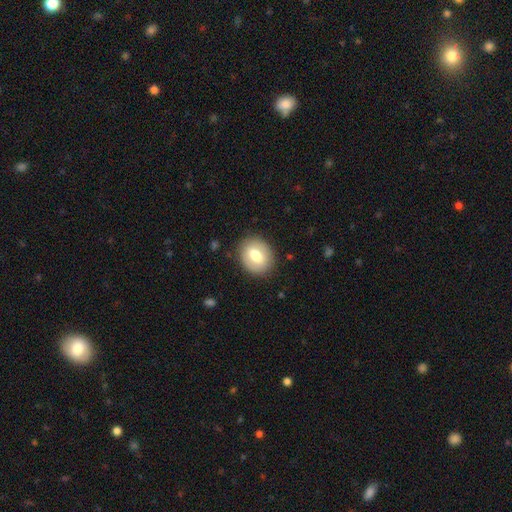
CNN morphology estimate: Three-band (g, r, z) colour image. It shows a smooth galaxy with no disk features (70%) that is round (52%). Merging: none (86%).